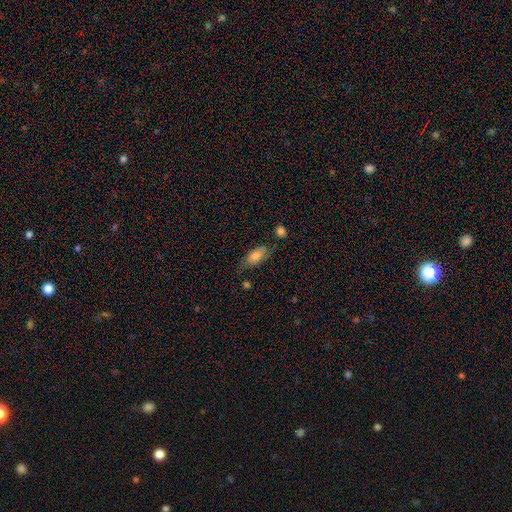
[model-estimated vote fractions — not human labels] The model was most divided on "merging": none: 60%, minor disturbance: 27%, major disturbance: 9%, merger: 5%. More confident: how rounded — in between (84%); smooth or featured — smooth (71%).